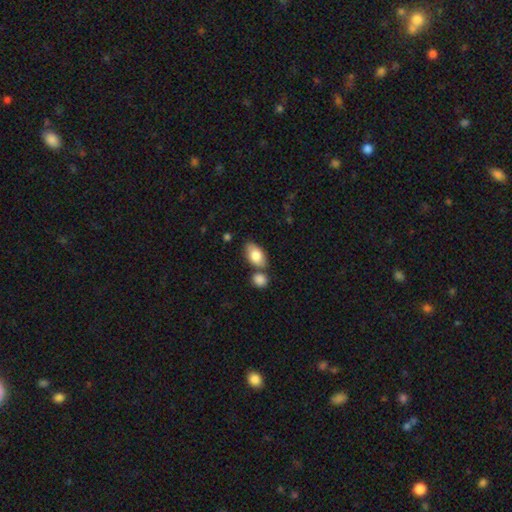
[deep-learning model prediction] A smooth galaxy with no disk features (82%) that is in between round and cigar-shaped (92%).

Vote fractions:
- Smooth or featured? smooth: 82% / featured or disk: 12% / star or artifact: 6%
- How rounded? in between: 92% / round: 6% / cigar-shaped: 3%
- Merging? none: 60% / merger: 22% / minor disturbance: 14% / major disturbance: 4%